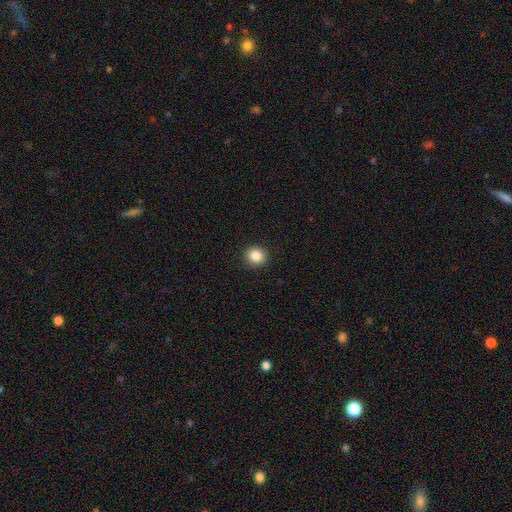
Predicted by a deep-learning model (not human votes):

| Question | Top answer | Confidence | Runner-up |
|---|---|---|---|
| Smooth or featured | smooth | 86% | star or artifact (10%) |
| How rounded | round | 87% | in between (12%) |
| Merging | none | 92% | minor disturbance (6%) |